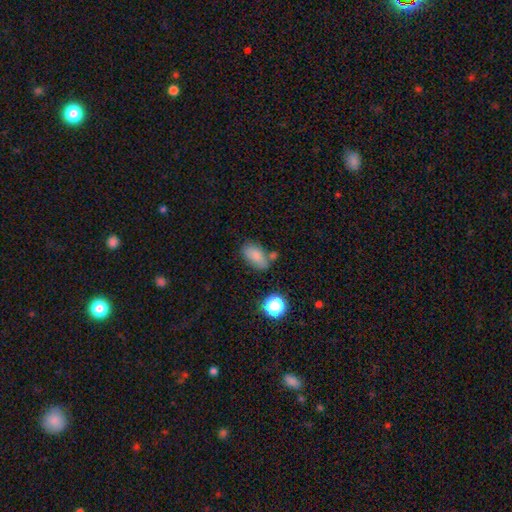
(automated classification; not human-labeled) Overall: smooth (81%). How rounded: in between (89%). Merging: none (57%; minor disturbance 21%).